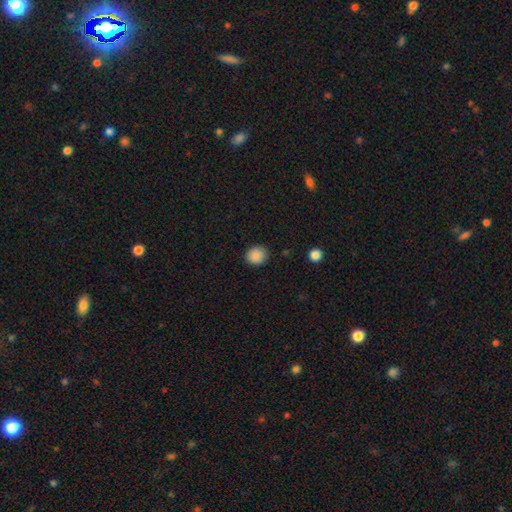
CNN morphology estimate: Smooth or featured: smooth — 88% (star or artifact — 9%)
How rounded: round — 83% (in between — 16%)
Merging: none — 88% (minor disturbance — 9%)